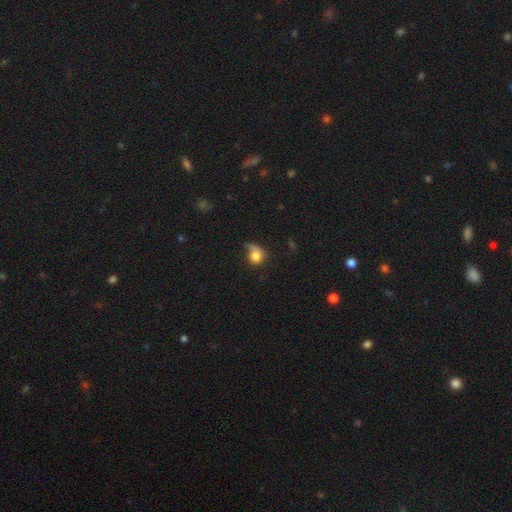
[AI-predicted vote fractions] smooth 73%, featured or disk 17%, star or artifact 10%. Down the decision tree: how rounded — round (75%); merging — none (36%).